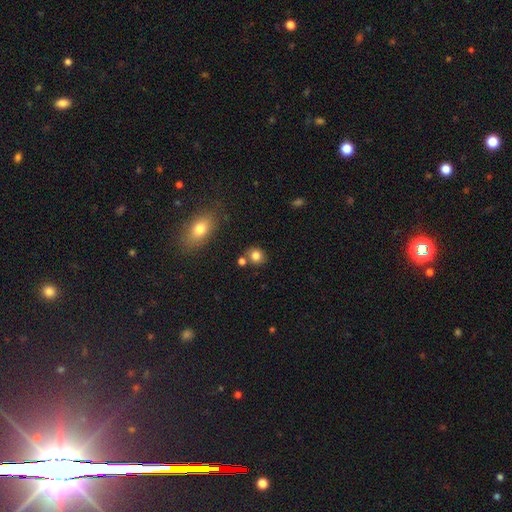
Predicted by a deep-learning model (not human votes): A smooth galaxy with no disk features (82%) that is round (78%). Merging: none (73%).